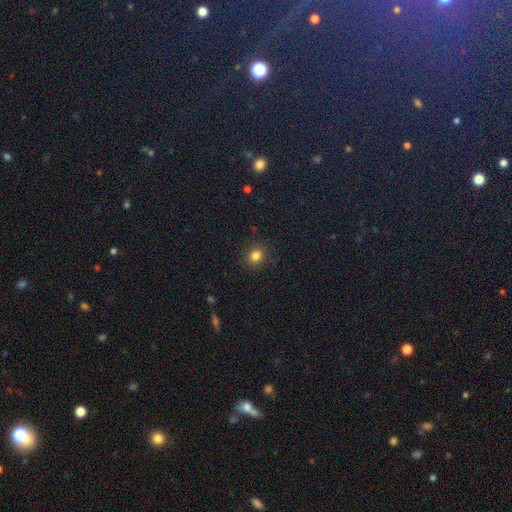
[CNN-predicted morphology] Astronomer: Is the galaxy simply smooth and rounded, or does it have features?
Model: smooth — 82%.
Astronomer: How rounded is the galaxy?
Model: round — 67%.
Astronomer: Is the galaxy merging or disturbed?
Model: none — 87%.